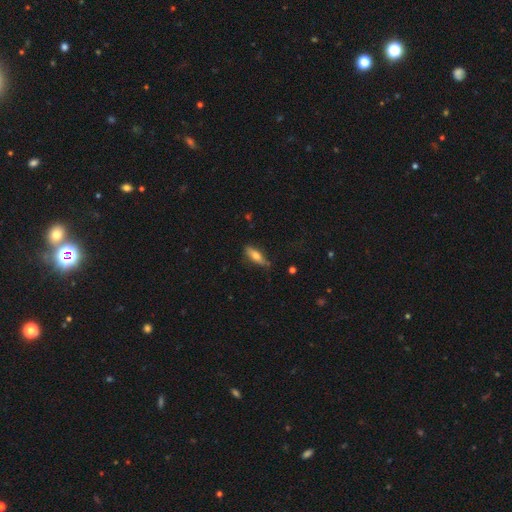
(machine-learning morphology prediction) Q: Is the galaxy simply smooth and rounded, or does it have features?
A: smooth — 62%.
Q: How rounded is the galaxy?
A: in between — 51%.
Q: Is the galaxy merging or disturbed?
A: none — 77%.